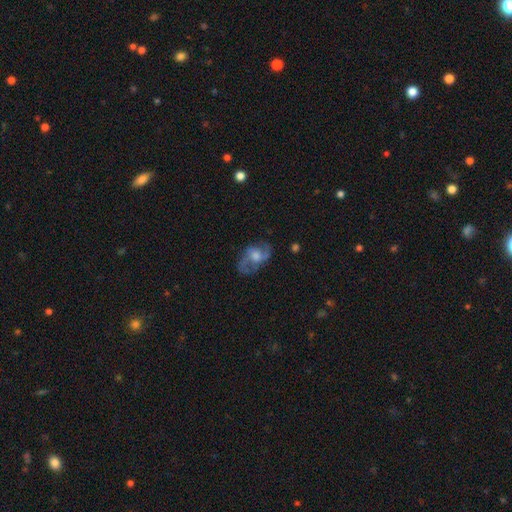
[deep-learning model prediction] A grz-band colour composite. It shows a featured or disk galaxy (73%) with no bar (63%), 2 (65%) medium (49%) spiral arms (85%) and a moderate central bulge (53%). Merging: none (67%).